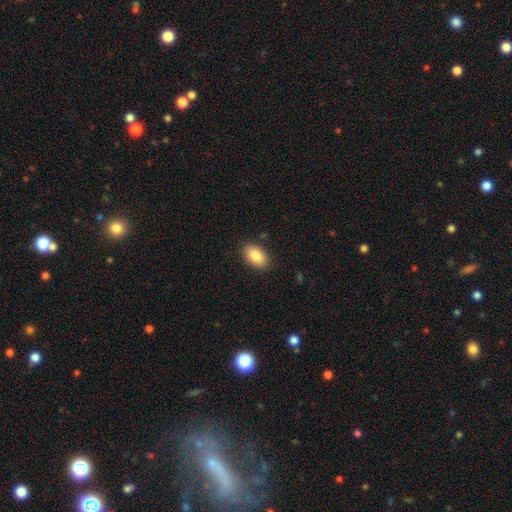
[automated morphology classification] Overall: smooth (88%). How rounded: in between (92%). Merging: none (87%).